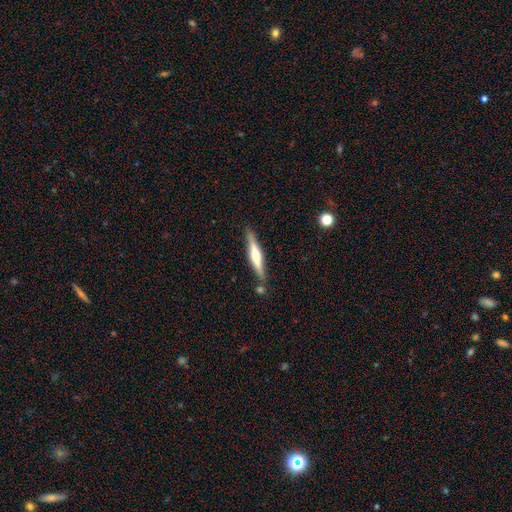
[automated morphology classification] featured or disk 55%, smooth 39%, star or artifact 5%. Down the decision tree: edge-on disk — yes (96%); edge-on bulge — rounded (60%); merging — none (81%).